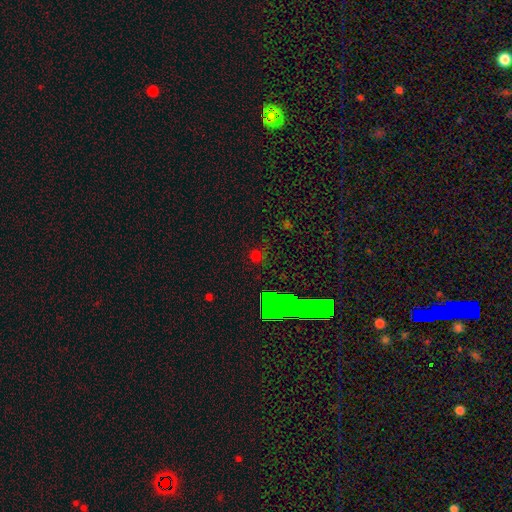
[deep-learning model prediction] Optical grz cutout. It shows a smooth galaxy with no disk features (47%). Merging: none (77%).